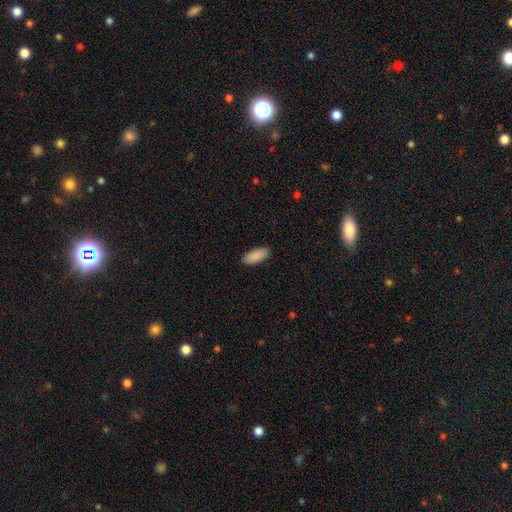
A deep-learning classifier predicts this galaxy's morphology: Smooth or featured: smooth — 90% (star or artifact — 6%)
How rounded: in between — 82% (cigar-shaped — 16%)
Merging: none — 90% (minor disturbance — 8%)